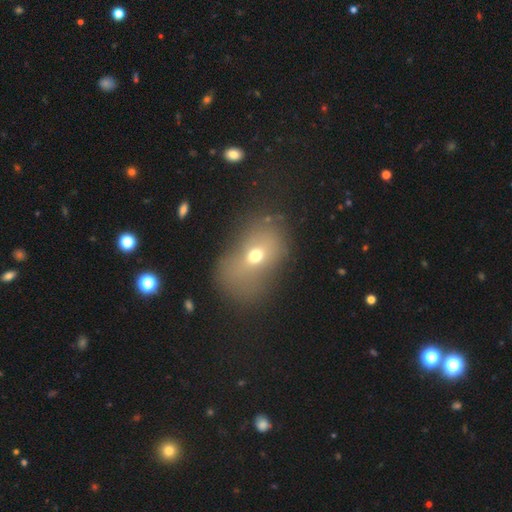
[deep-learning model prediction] This appears to be a smooth galaxy with no disk features (60%) that is in between round and cigar-shaped (71%). Merging: none (64%).